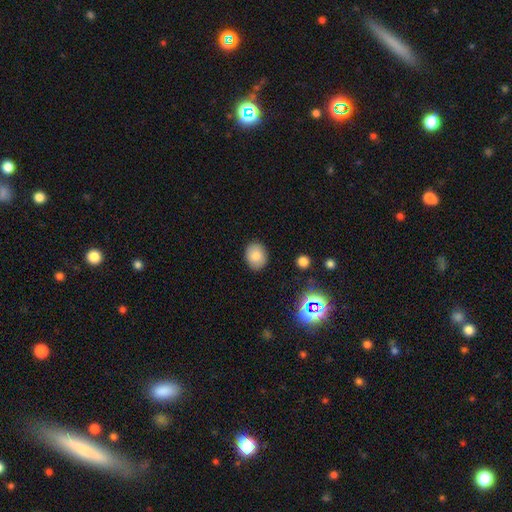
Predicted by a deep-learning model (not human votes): This appears to be a smooth galaxy with no disk features (81%) that is in between round and cigar-shaped (50%). Merging: none (87%).